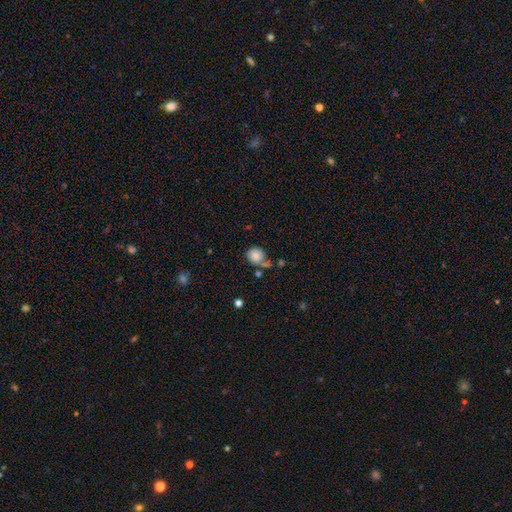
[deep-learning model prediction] smooth-or-featured: smooth: 85% | star or artifact: 9% | featured or disk: 7%
  how-rounded: round: 85% | in between: 14% | cigar-shaped: 1%
  merging: none: 57% | merger: 18% | minor disturbance: 17% | major disturbance: 8%